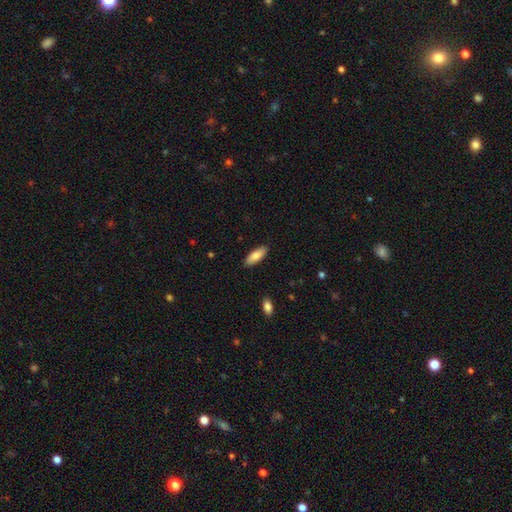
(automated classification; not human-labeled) Smooth or featured? Predicted: smooth (p=0.82). How rounded? Predicted: in between (p=0.71). Merging? Predicted: none (p=0.88).